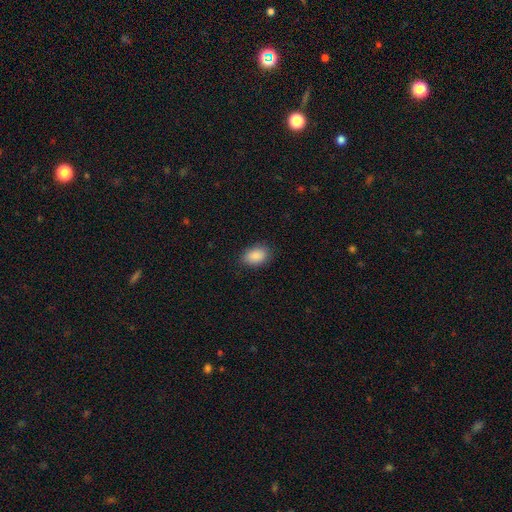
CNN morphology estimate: smooth_or_featured: smooth (p=0.88) [alt: star or artifact p=0.08]
how_rounded: in between (p=0.85) [alt: round p=0.14]
merging: none (p=0.84) [alt: minor disturbance p=0.12]